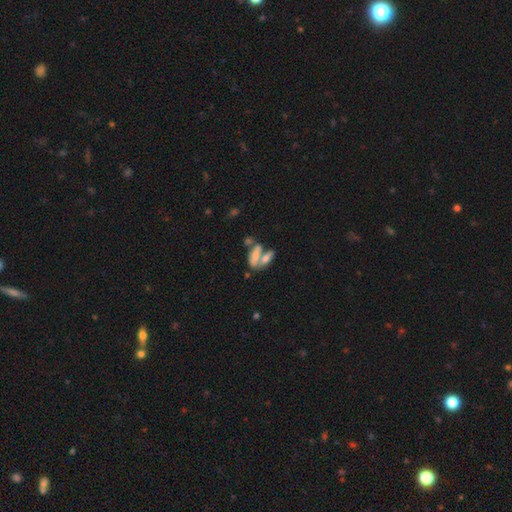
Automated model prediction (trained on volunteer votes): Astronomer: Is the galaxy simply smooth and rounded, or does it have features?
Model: smooth — 60%.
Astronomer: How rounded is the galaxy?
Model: in between — 76%.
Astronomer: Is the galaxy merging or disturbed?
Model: merger — 57%.